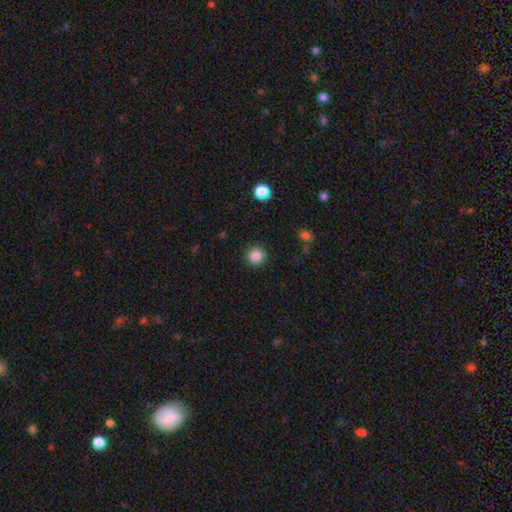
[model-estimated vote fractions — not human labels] Q: Smooth or featured?
A: smooth (86%); runner-up: star or artifact (10%)
Q: How rounded?
A: round (95%); runner-up: in between (4%)
Q: Merging?
A: none (91%); runner-up: minor disturbance (5%)